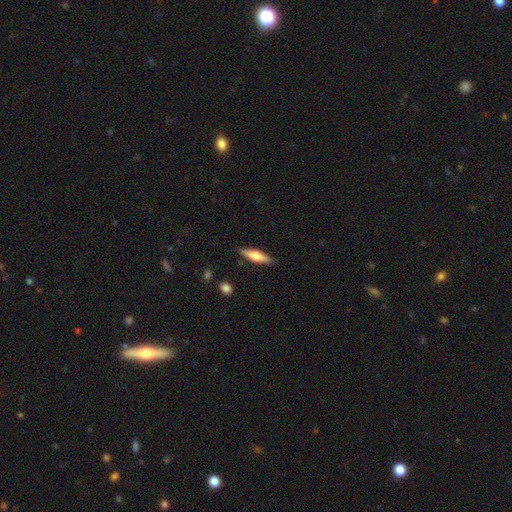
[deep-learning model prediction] The model was most divided on "smooth or featured": smooth: 60%, featured or disk: 34%, star or artifact: 6%. More confident: merging — none (87%); how rounded — cigar-shaped (71%).